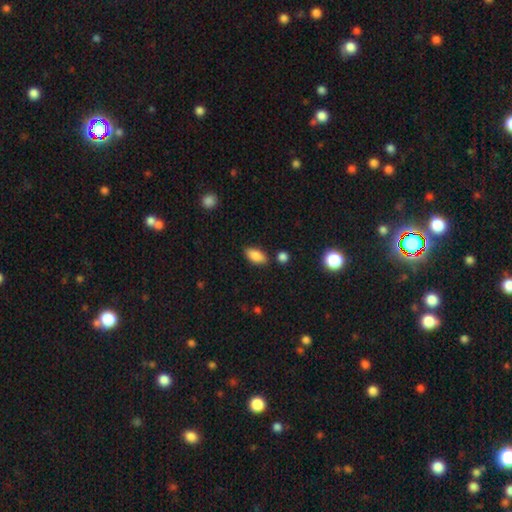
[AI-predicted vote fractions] Overall: smooth (86%). How rounded: in between (88%). Merging: none (81%).